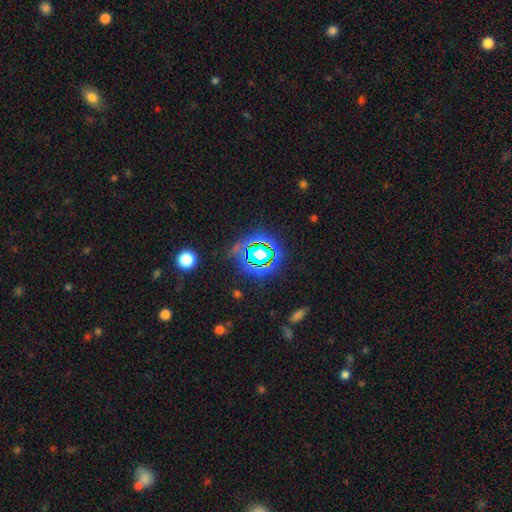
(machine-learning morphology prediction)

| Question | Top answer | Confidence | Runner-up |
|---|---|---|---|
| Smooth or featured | star or artifact | 76% | smooth (15%) |